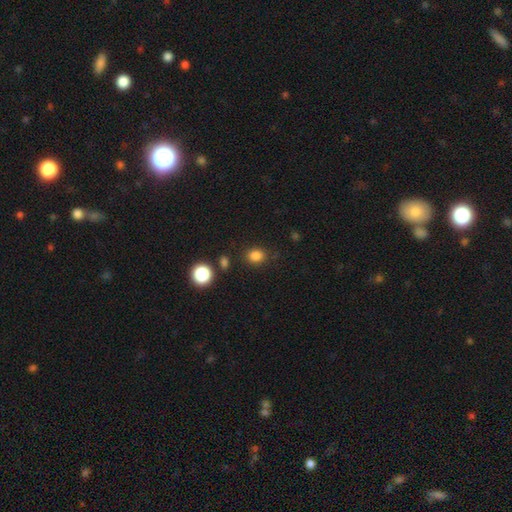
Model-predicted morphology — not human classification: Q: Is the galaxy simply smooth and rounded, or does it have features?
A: smooth — 83%.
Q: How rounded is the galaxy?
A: round — 63%.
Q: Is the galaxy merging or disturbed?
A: none — 82%.